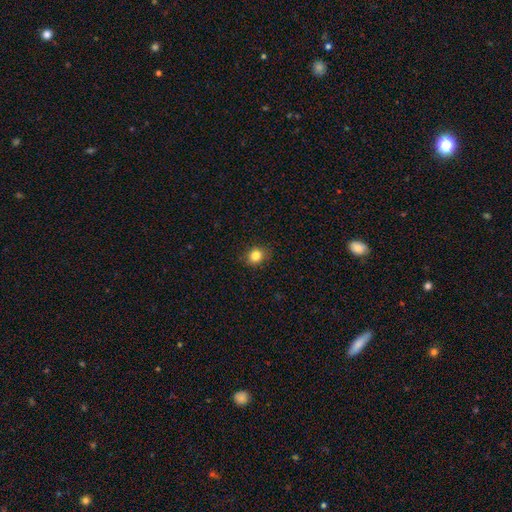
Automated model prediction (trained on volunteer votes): Smooth or featured? smooth (84%)
How rounded? round (72%)
Merging? none (88%)